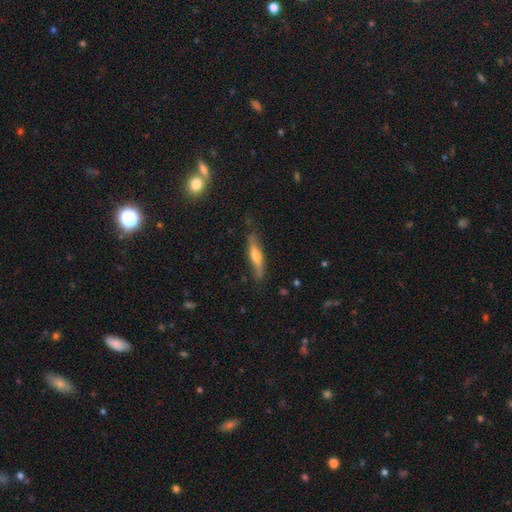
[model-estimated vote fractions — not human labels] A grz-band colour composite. It shows a featured or disk galaxy (51%) viewed edge-on (83%). Merging: none (77%).